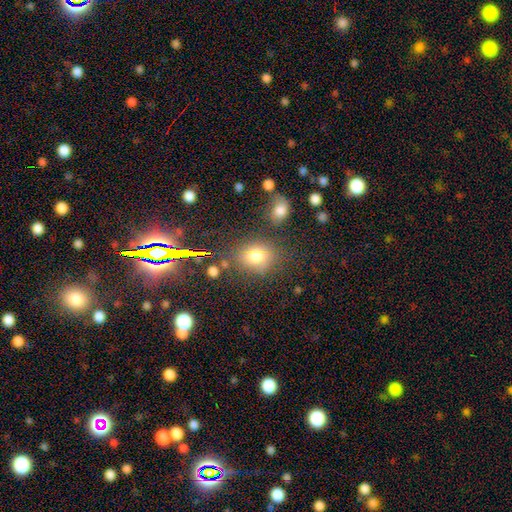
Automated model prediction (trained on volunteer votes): A smooth galaxy with no disk features (67%) that is in between round and cigar-shaped (50%).

Vote fractions:
- Smooth or featured? smooth: 67% / star or artifact: 19% / featured or disk: 14%
- How rounded? in between: 50% / round: 48% / cigar-shaped: 2%
- Merging? none: 67% / minor disturbance: 18% / major disturbance: 8% / merger: 7%